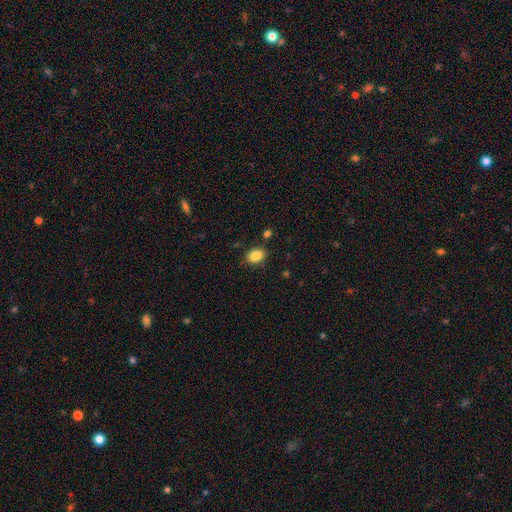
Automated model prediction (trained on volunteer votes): A smooth galaxy with no disk features (86%) that is in between round and cigar-shaped (70%).

Vote fractions:
- Smooth or featured? smooth: 86% / star or artifact: 9% / featured or disk: 5%
- How rounded? in between: 70% / round: 29% / cigar-shaped: 1%
- Merging? none: 84% / minor disturbance: 10% / merger: 3% / major disturbance: 3%